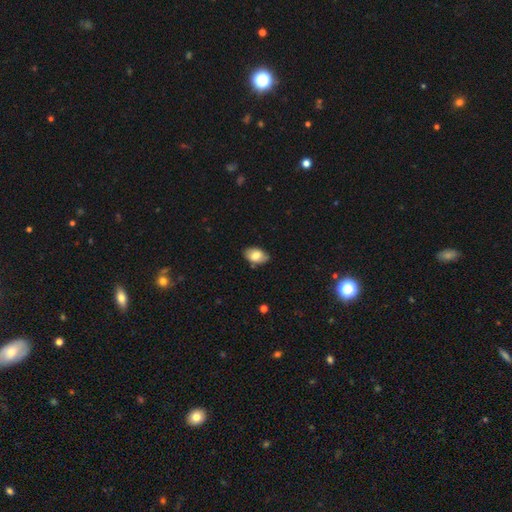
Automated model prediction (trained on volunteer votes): Smooth or featured?
  - smooth: 75% *
  - featured or disk: 18%
  - star or artifact: 7%
How rounded?
  - in between: 91% *
  - round: 8%
  - cigar-shaped: 1%
Merging?
  - none: 76% *
  - minor disturbance: 20%
  - major disturbance: 3%
  - merger: 2%